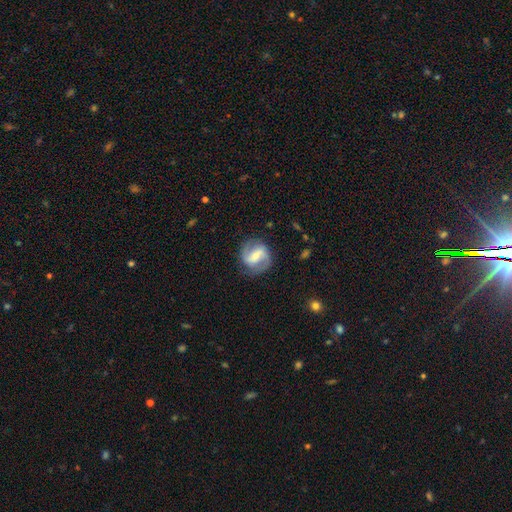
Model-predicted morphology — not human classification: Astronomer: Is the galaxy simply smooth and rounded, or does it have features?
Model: featured or disk — 84%.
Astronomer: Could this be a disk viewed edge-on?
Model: no — 98%.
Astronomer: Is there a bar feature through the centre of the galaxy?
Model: strong — 45% (runner-up: weak, 40%).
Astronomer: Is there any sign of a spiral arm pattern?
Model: yes — 95%.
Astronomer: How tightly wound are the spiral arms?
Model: medium — 51%.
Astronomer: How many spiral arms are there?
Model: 2 — 91%.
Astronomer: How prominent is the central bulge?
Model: small — 50% (runner-up: moderate, 43%).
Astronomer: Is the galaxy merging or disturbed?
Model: none — 82%.